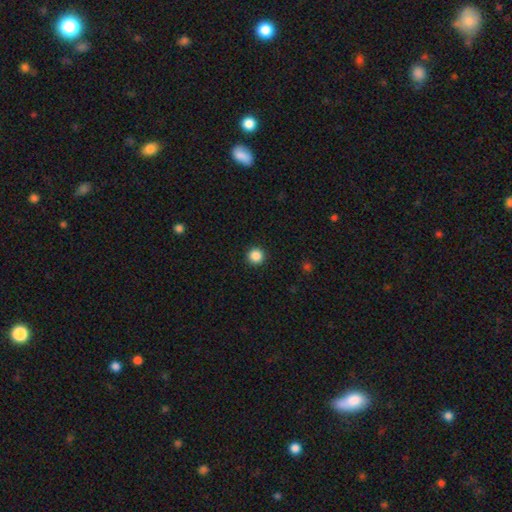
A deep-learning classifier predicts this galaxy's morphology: This appears to be a smooth galaxy with no disk features (87%) that is round (96%). Merging: none (93%).